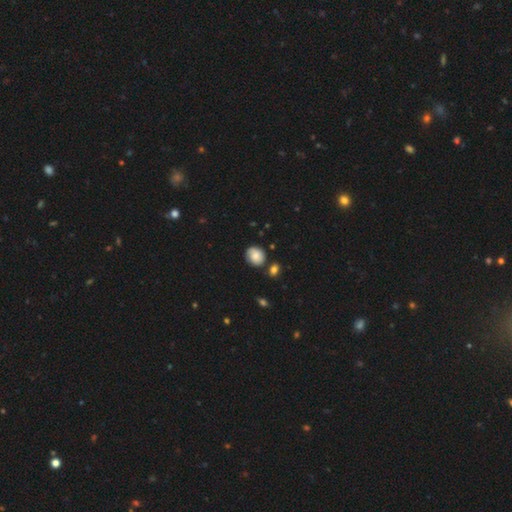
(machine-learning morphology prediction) Smooth or featured?
  - smooth: 68% *
  - featured or disk: 24%
  - star or artifact: 9%
How rounded?
  - round: 69% *
  - in between: 30%
  - cigar-shaped: 1%
Merging?
  - none: 75% *
  - minor disturbance: 16%
  - merger: 5%
  - major disturbance: 4%